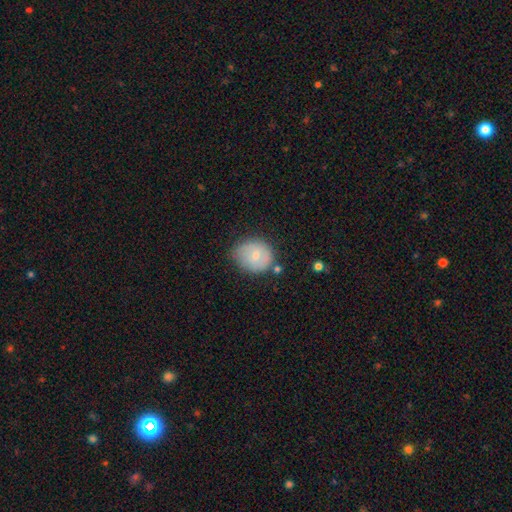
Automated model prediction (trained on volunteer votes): smooth_or_featured: smooth (p=0.69) [alt: featured or disk p=0.23]
how_rounded: round (p=0.68) [alt: in between p=0.31]
merging: none (p=0.59) [alt: minor disturbance p=0.29]